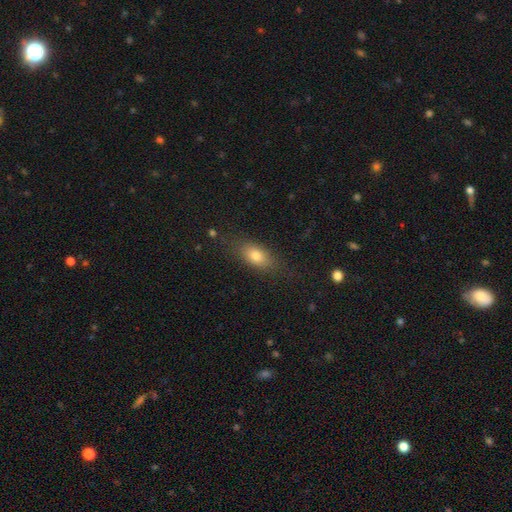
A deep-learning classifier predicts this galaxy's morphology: Smooth or featured?
  - smooth: 75% *
  - featured or disk: 15%
  - star or artifact: 10%
How rounded?
  - in between: 76% *
  - cigar-shaped: 15%
  - round: 9%
Merging?
  - none: 76% *
  - minor disturbance: 16%
  - major disturbance: 6%
  - merger: 2%